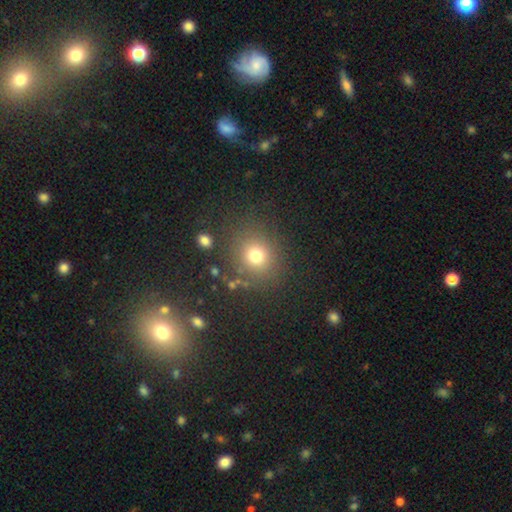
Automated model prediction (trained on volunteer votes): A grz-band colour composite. It shows a smooth galaxy with no disk features (73%) that is round (85%). Merging: none (83%).